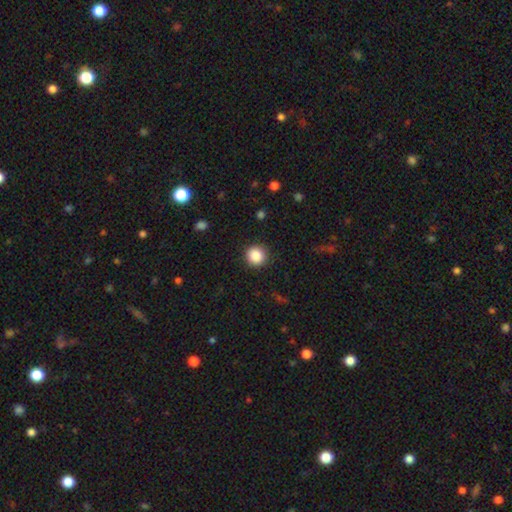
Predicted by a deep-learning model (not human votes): smooth 87%, star or artifact 10%, featured or disk 3%. Down the decision tree: how rounded — round (93%); merging — none (90%).